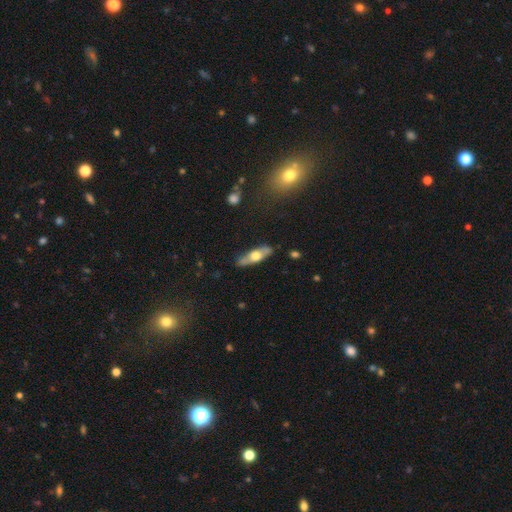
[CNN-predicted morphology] Smooth or featured: smooth — 47% (tied with featured or disk — 47%)
Merging: none — 82% (minor disturbance — 14%)